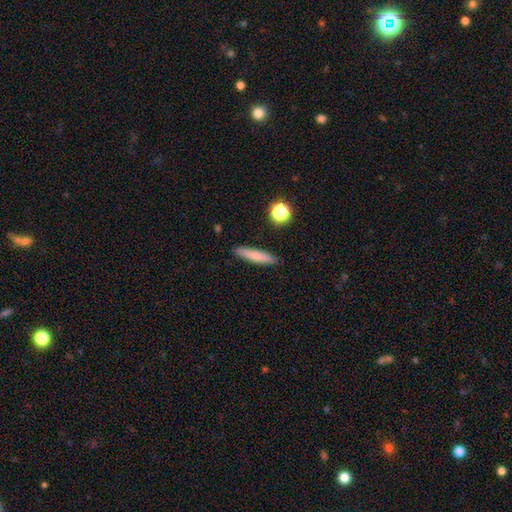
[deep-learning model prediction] Smooth or featured?
  - smooth: 76% *
  - featured or disk: 17%
  - star or artifact: 8%
How rounded?
  - cigar-shaped: 88% *
  - in between: 10%
  - round: 2%
Merging?
  - none: 90% *
  - minor disturbance: 7%
  - major disturbance: 2%
  - merger: 2%